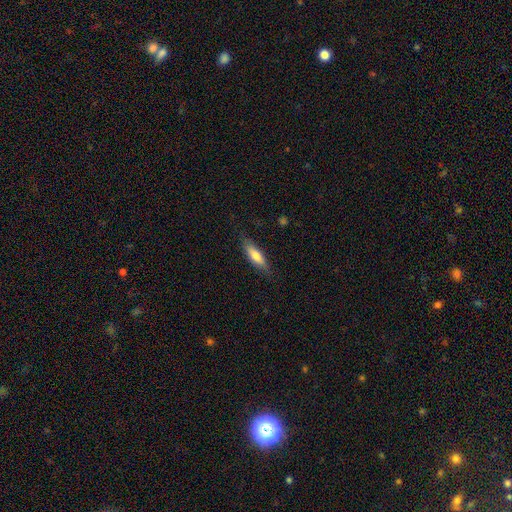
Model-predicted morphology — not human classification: A smooth galaxy with no disk features (70%) that is cigar-shaped (55%).

Vote fractions:
- Smooth or featured? smooth: 70% / featured or disk: 25% / star or artifact: 6%
- How rounded? cigar-shaped: 55% / in between: 43% / round: 2%
- Merging? none: 80% / minor disturbance: 15% / major disturbance: 3% / merger: 1%